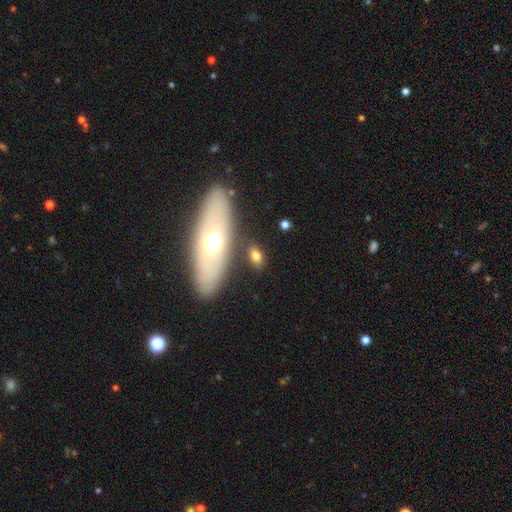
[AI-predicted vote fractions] A smooth galaxy with no disk features (69%) that is in between round and cigar-shaped (77%). Merging: none (76%).